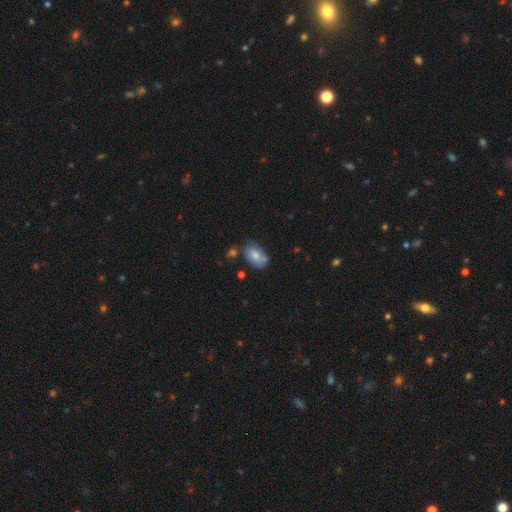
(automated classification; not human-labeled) Smooth or featured: smooth — 76% (featured or disk — 17%)
How rounded: in between — 90% (round — 9%)
Merging: none — 60% (minor disturbance — 26%)